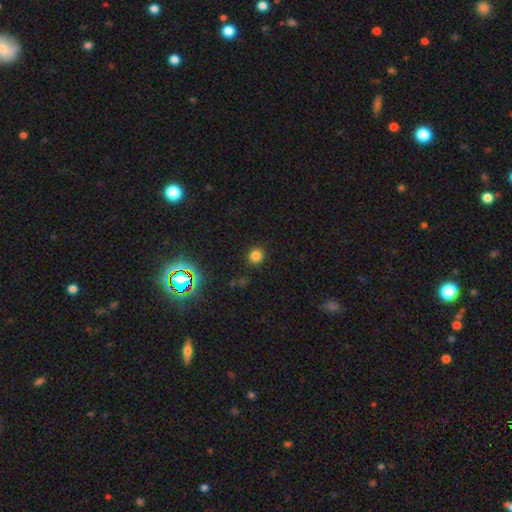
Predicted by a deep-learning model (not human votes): Smooth or featured: smooth — 78% (star or artifact — 16%)
How rounded: round — 89% (in between — 10%)
Merging: none — 89% (minor disturbance — 7%)